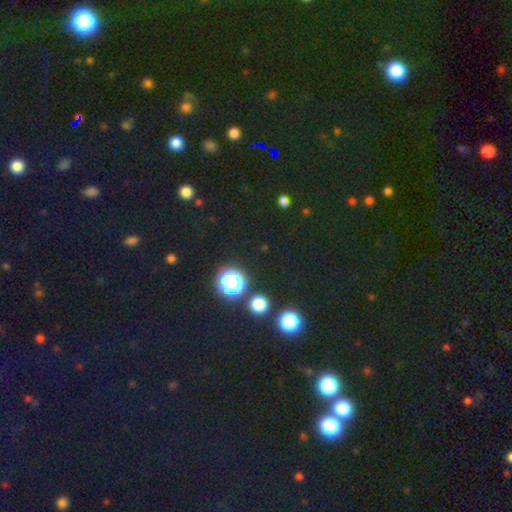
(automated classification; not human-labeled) Q: Smooth or featured?
A: star or artifact (70%); runner-up: smooth (23%)